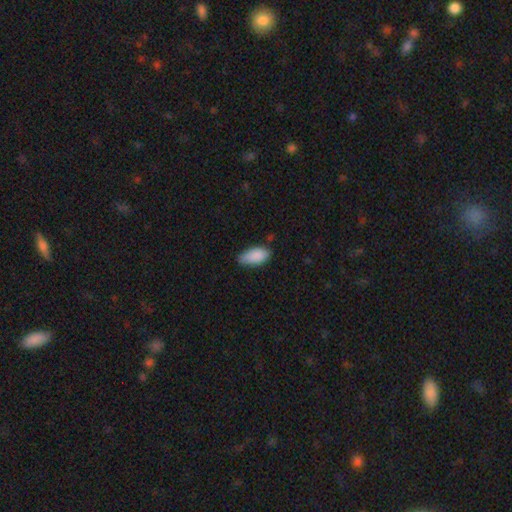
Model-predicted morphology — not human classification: smooth_or_featured: smooth (p=0.89) [alt: star or artifact p=0.07]
how_rounded: in between (p=0.91) [alt: cigar-shaped p=0.06]
merging: none (p=0.69) [alt: minor disturbance p=0.26]